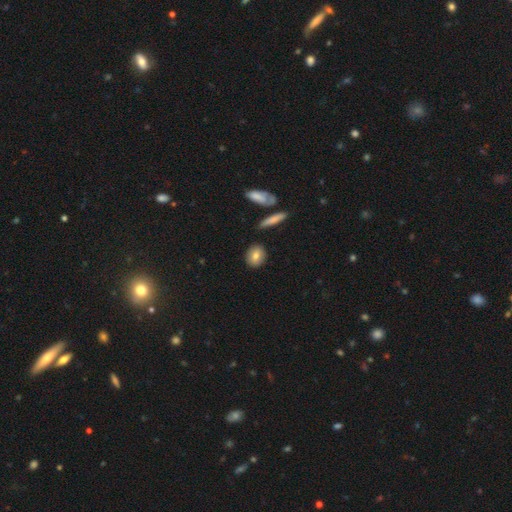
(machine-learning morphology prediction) type=smooth (78%); roundness=round (49%); merging=none (86%).